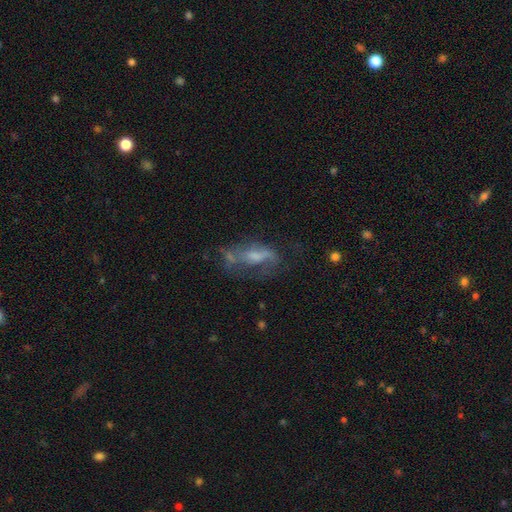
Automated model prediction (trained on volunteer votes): Morphology: type=featured or disk (53%); edge-on=no (87%); merging=none (36%).